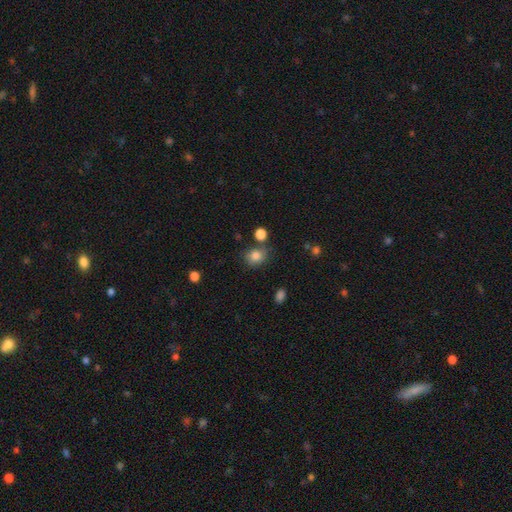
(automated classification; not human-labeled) smooth 83%, star or artifact 11%, featured or disk 6%. Down the decision tree: how rounded — round (67%); merging — none (70%).